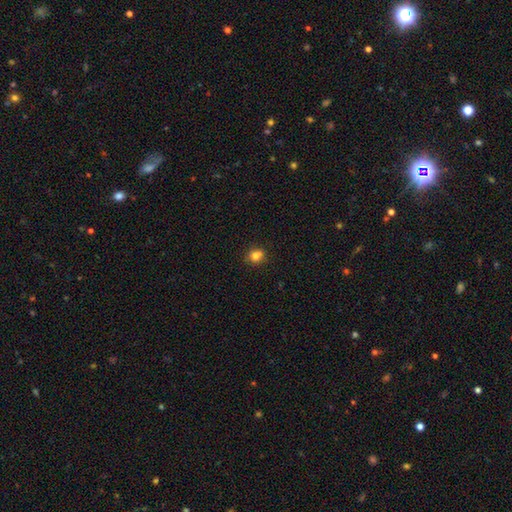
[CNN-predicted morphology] The model was most divided on "how rounded": round: 75%, in between: 24%, cigar-shaped: 1%. More confident: smooth or featured — smooth (80%); merging — none (71%).